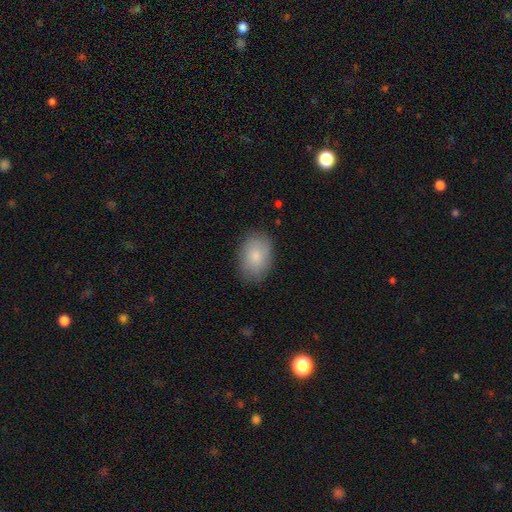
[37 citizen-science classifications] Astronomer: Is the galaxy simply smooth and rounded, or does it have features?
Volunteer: smooth — 86%.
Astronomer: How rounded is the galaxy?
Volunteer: in between — 91%.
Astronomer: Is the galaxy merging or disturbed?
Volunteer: none — 83%.